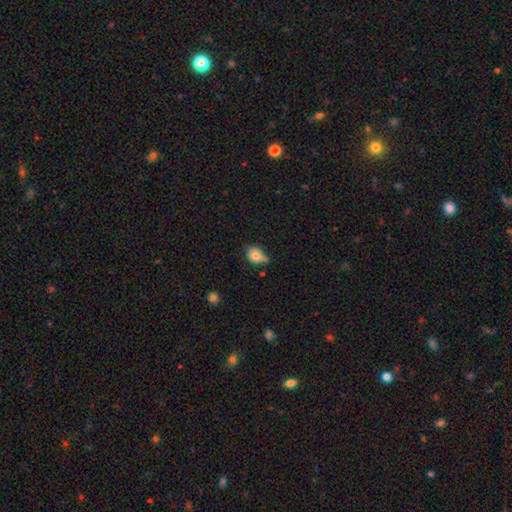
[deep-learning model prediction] This appears to be a smooth galaxy with no disk features (80%) that is in between round and cigar-shaped (65%). Merging: minor disturbance (47%).